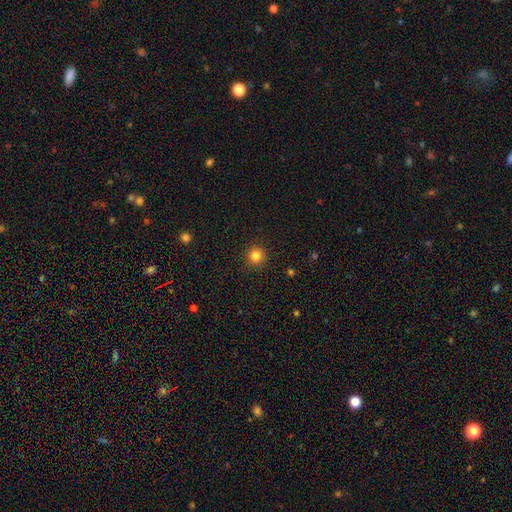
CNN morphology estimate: smooth_or_featured: smooth (p=0.82) [alt: star or artifact p=0.13]
how_rounded: round (p=0.94) [alt: in between p=0.05]
merging: none (p=0.91) [alt: minor disturbance p=0.06]